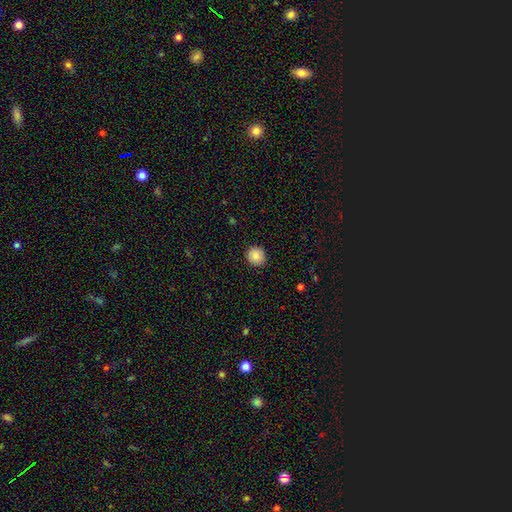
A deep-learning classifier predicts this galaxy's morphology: The model was most divided on "smooth or featured": smooth: 85%, star or artifact: 8%, featured or disk: 7%. More confident: how rounded — round (92%); merging — none (91%).